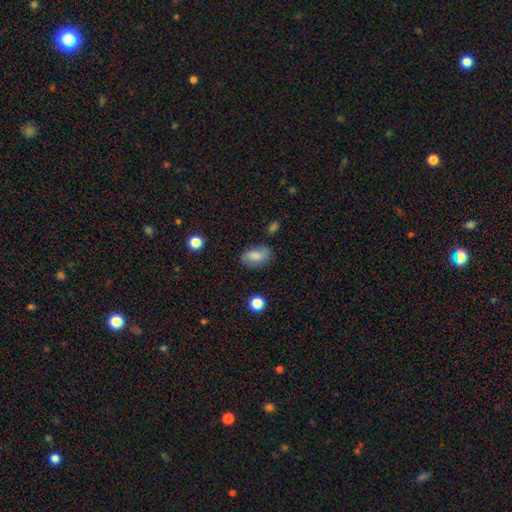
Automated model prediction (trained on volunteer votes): smooth-or-featured: smooth: 80% | featured or disk: 11% | star or artifact: 9%
  how-rounded: in between: 89% | round: 8% | cigar-shaped: 3%
  merging: none: 71% | minor disturbance: 21% | major disturbance: 6% | merger: 3%